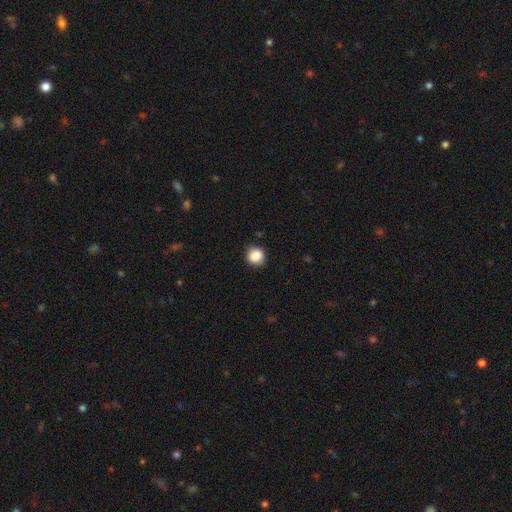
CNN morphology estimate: smooth_or_featured: smooth (p=0.86) [alt: star or artifact p=0.09]
how_rounded: round (p=0.82) [alt: in between p=0.17]
merging: none (p=0.85) [alt: minor disturbance p=0.11]